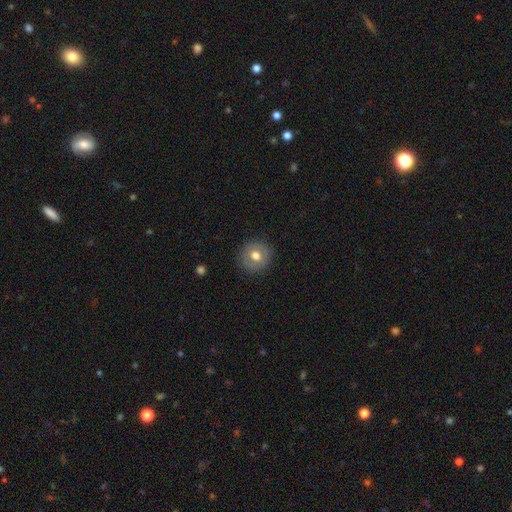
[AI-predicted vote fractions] Overall: smooth (66%; featured or disk 26%). How rounded: round (91%). Merging: none (87%).